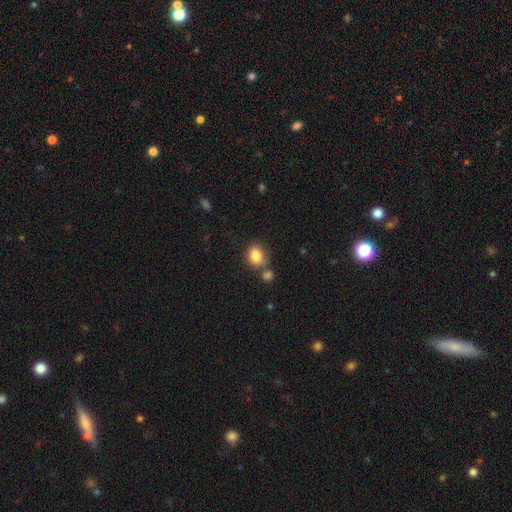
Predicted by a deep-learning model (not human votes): smooth 84%, star or artifact 9%, featured or disk 7%. Down the decision tree: how rounded — in between (53%); merging — none (58%).